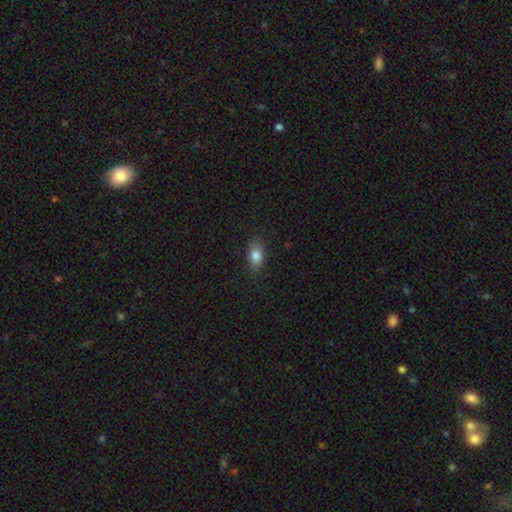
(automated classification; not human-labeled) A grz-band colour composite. It shows a smooth galaxy with no disk features (83%) that is in between round and cigar-shaped (82%). Merging: none (81%).